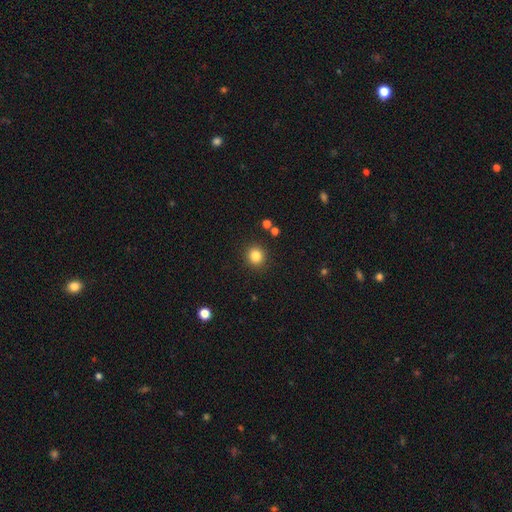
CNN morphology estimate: smooth-or-featured: smooth: 83% | star or artifact: 12% | featured or disk: 5%
  how-rounded: round: 91% | in between: 9% | cigar-shaped: 1%
  merging: none: 90% | minor disturbance: 6% | major disturbance: 2% | merger: 2%